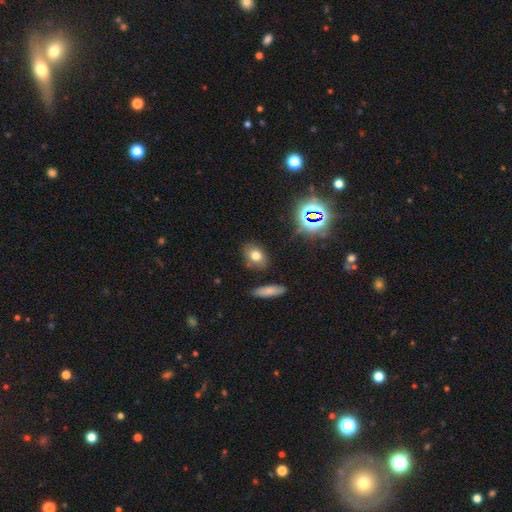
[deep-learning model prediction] Smooth or featured? smooth (73%)
How rounded? in between (73%)
Merging? none (80%)